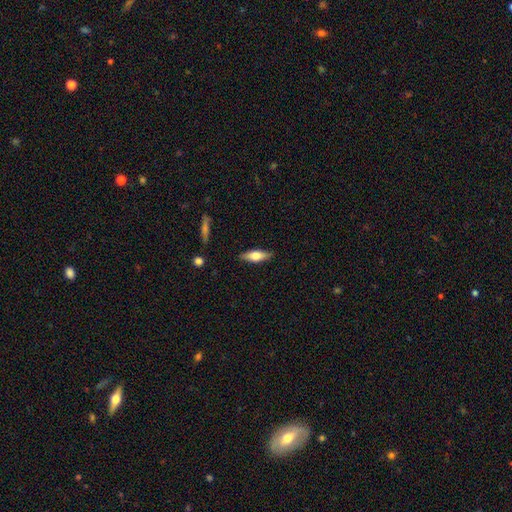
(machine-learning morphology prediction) A smooth galaxy with no disk features (60%) that is in between round and cigar-shaped (59%). Merging: none (86%).